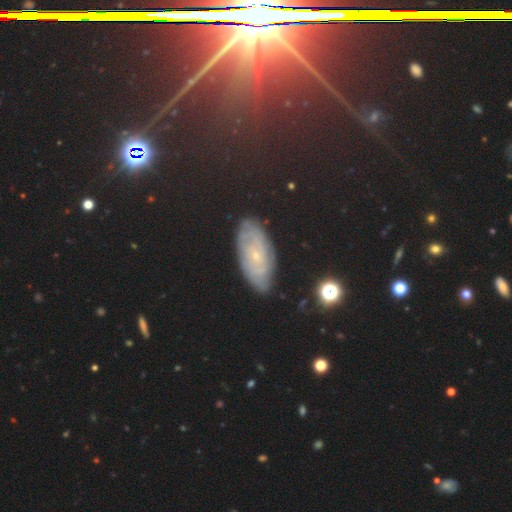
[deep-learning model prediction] Smooth or featured? Predicted: featured or disk (p=0.60). Edge-on disk? Predicted: no (p=0.89). Bar? Predicted: no (p=0.74). Spiral arms? Predicted: yes (p=0.84). Bulge size? Predicted: small (p=0.86). Merging? Predicted: none (p=0.81).